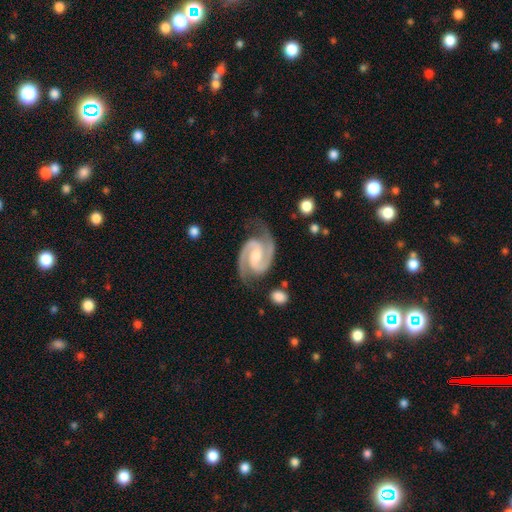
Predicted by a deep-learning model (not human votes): smooth-or-featured: featured or disk: 94% | star or artifact: 3% | smooth: 2%
  disk-edge-on: no: 98% | yes: 2%
    bar: weak: 43% | no: 30% | strong: 27%
    has-spiral-arms: yes: 99% | no: 1%
      spiral-winding: medium: 55% | tight: 38% | loose: 7%
      spiral-arm-count: 2: 94% | 3: 2% | can't tell: 1% | 1: 1% | 4: 1% | more than 4: 1%
    bulge-size: moderate: 56% | small: 37% | none: 3% | large: 3% | dominant: 1%
  merging: none: 80% | minor disturbance: 15% | major disturbance: 4% | merger: 2%